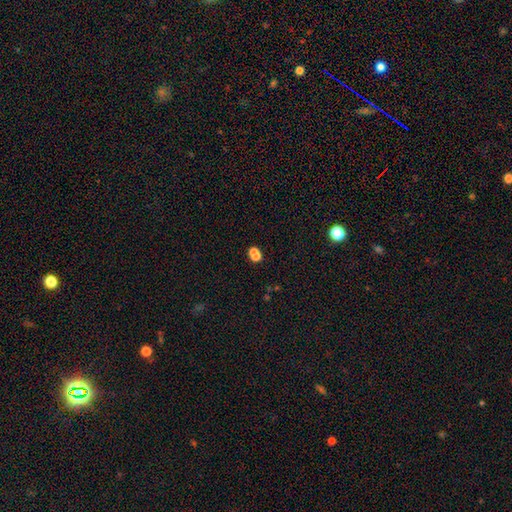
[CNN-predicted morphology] This appears to be a smooth galaxy with no disk features (67%) that is in between round and cigar-shaped (50%). Merging: none (50%).